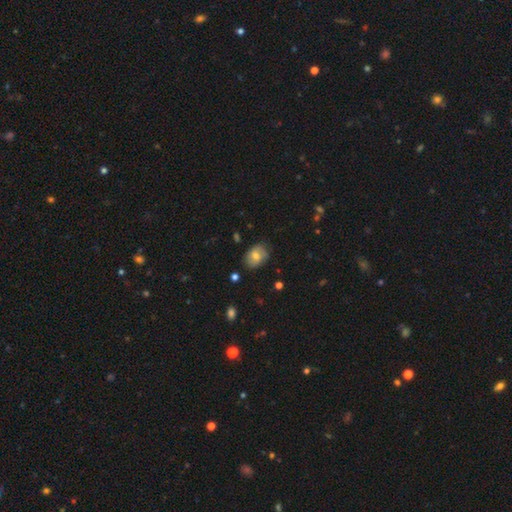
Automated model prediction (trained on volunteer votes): A smooth galaxy with no disk features (66%) that is in between round and cigar-shaped (68%). Merging: none (76%).